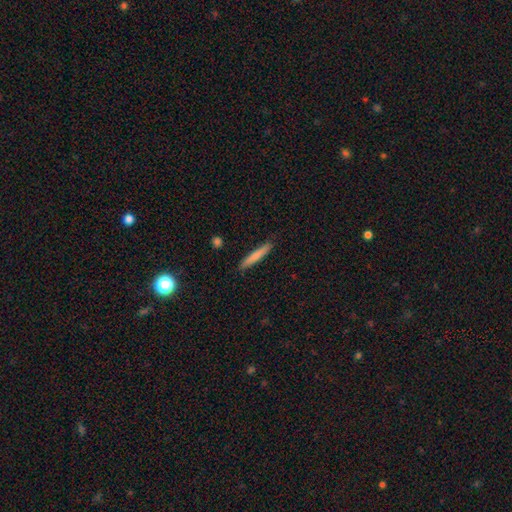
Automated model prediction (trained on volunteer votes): The model was most divided on "smooth or featured": smooth: 75%, featured or disk: 19%, star or artifact: 6%. More confident: how rounded — cigar-shaped (94%); merging — none (89%).